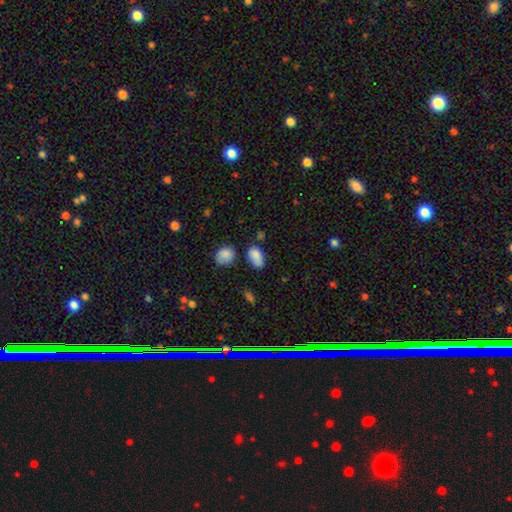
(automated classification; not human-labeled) This is clearly a smooth galaxy (85%). How rounded: clearly in between (90%). Merging: likely none (60%).